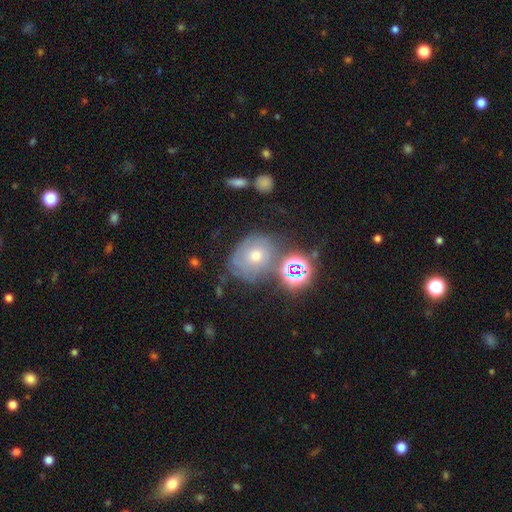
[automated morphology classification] A smooth galaxy with no disk features (39%). Merging: none (52%).